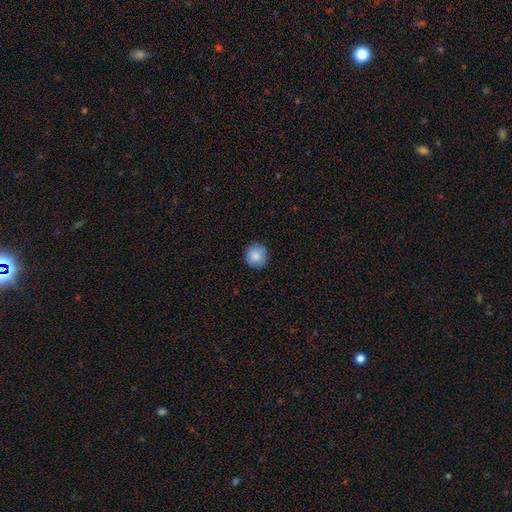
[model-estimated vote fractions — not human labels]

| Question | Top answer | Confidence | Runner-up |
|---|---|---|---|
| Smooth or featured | smooth | 86% | star or artifact (8%) |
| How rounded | round | 92% | in between (7%) |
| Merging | none | 86% | minor disturbance (11%) |